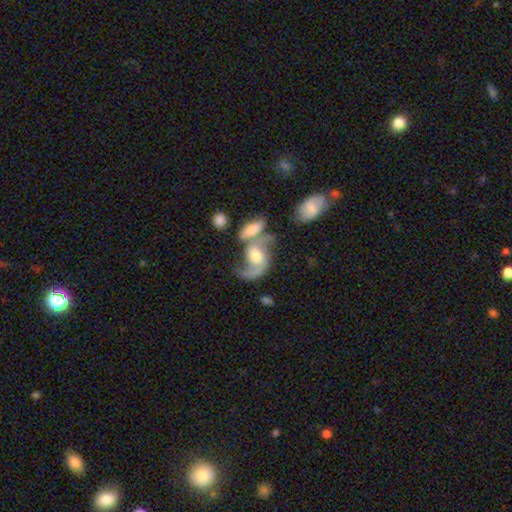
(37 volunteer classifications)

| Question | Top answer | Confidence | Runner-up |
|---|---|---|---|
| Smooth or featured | featured or disk | 86% | smooth (8%) |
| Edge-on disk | no | 97% | yes (3%) |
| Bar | no | 55% | weak (39%) |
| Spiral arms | yes | 97% | no (3%) |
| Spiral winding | loose | 80% | medium (17%) |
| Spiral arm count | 2 | 100% | — |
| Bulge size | moderate | 65% | large (26%) |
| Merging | none | 51% | merger (29%) |